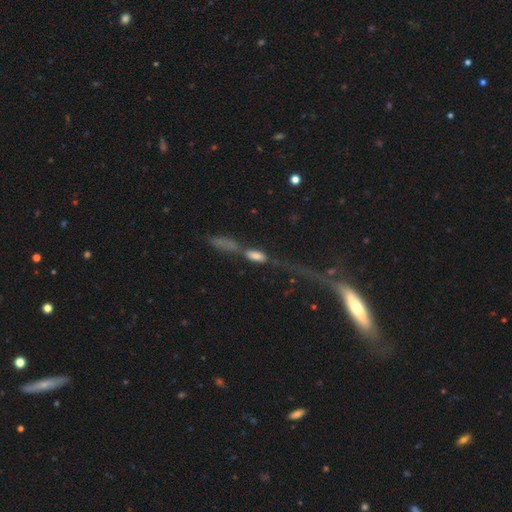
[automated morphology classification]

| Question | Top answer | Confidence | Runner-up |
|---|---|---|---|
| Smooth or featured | smooth | 54% | featured or disk (33%) |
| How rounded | in between | 59% | cigar-shaped (35%) |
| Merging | merger | 40% | none (25%) |